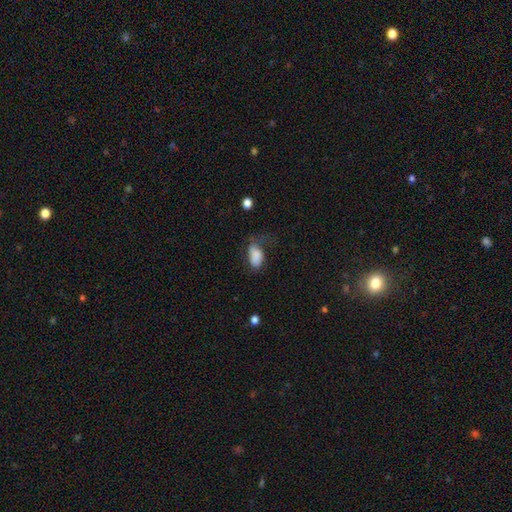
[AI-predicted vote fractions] Smooth or featured?
  - smooth: 79% *
  - featured or disk: 13%
  - star or artifact: 8%
How rounded?
  - in between: 92% *
  - round: 5%
  - cigar-shaped: 2%
Merging?
  - major disturbance: 37% *
  - minor disturbance: 30%
  - none: 28%
  - merger: 4%